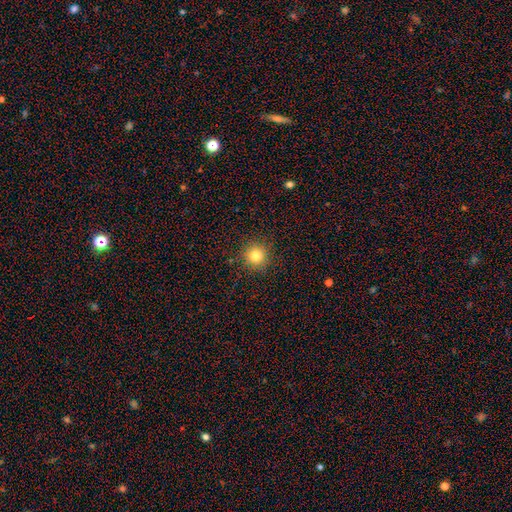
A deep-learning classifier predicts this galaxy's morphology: smooth_or_featured: smooth (p=0.80) [alt: star or artifact p=0.14]
how_rounded: round (p=0.95) [alt: in between p=0.04]
merging: none (p=0.91) [alt: minor disturbance p=0.06]